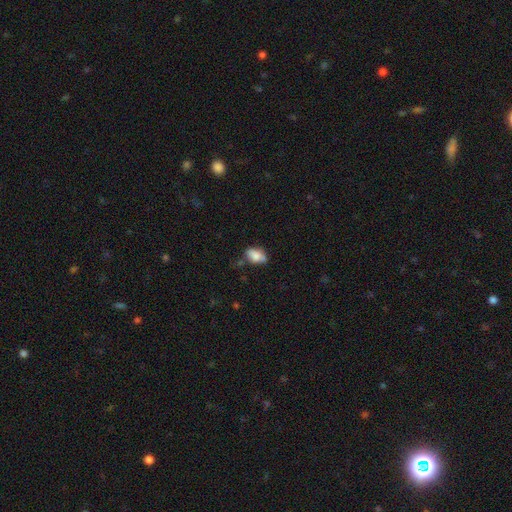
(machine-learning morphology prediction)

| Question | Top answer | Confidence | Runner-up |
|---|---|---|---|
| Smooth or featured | smooth | 77% | featured or disk (15%) |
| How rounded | in between | 87% | round (9%) |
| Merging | none | 58% | minor disturbance (29%) |